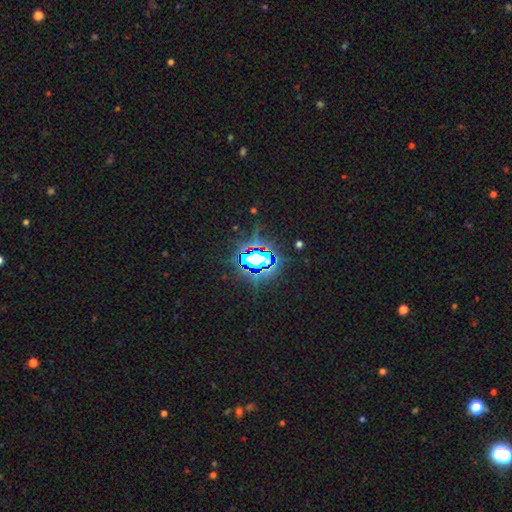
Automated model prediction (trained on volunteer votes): Smooth or featured?
  - star or artifact: 79% *
  - featured or disk: 11%
  - smooth: 10%